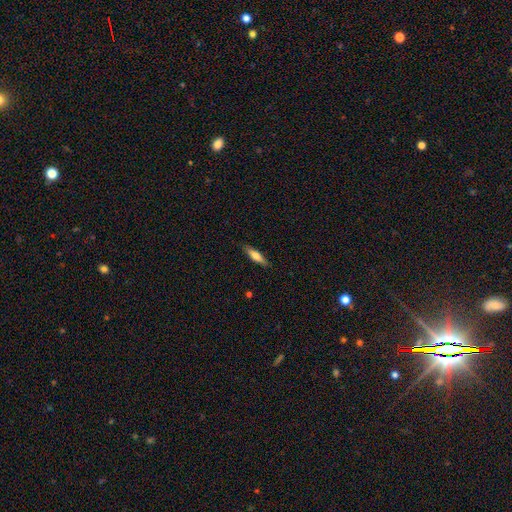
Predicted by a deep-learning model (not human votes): Smooth or featured? Predicted: smooth (p=0.63). How rounded? Predicted: cigar-shaped (p=0.72). Merging? Predicted: none (p=0.87).